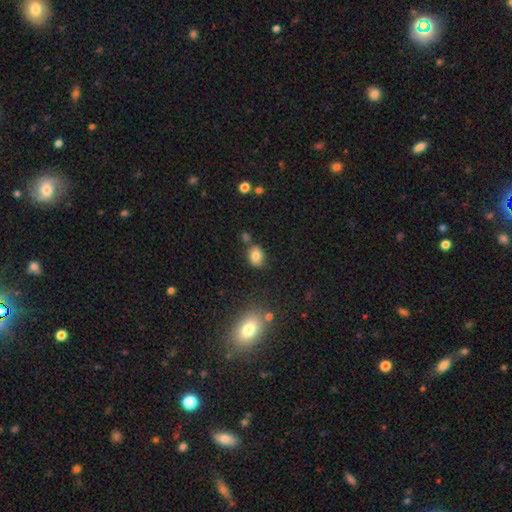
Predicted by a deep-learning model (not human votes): The model was most divided on "how rounded": in between: 57%, round: 42%, cigar-shaped: 1%. More confident: smooth or featured — smooth (81%); merging — none (70%).